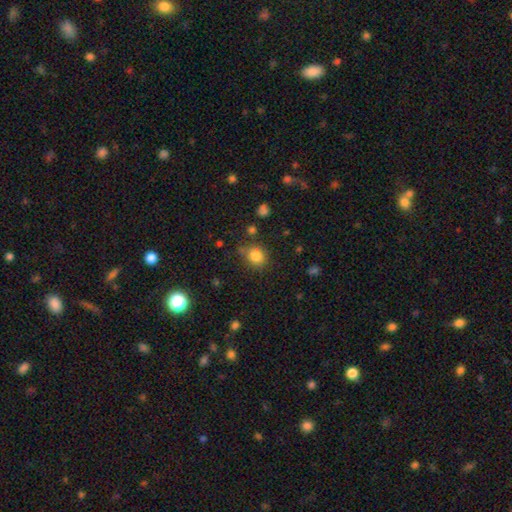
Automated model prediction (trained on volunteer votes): Q: Smooth or featured?
A: smooth (82%); runner-up: star or artifact (12%)
Q: How rounded?
A: round (70%); runner-up: in between (29%)
Q: Merging?
A: none (73%); runner-up: minor disturbance (17%)